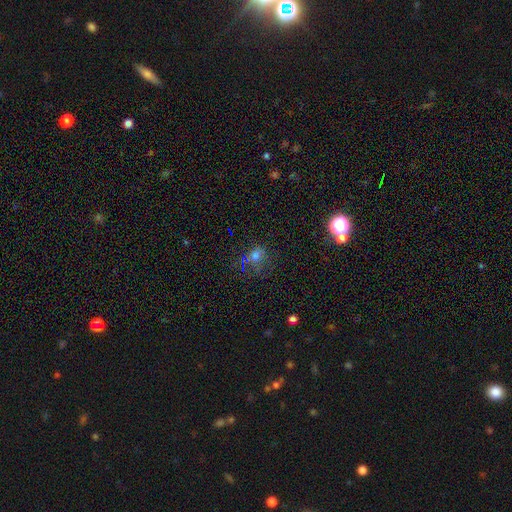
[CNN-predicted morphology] The model was most divided on "smooth or featured": smooth: 58%, star or artifact: 30%, featured or disk: 11%. More confident: how rounded — round (71%); merging — none (61%).